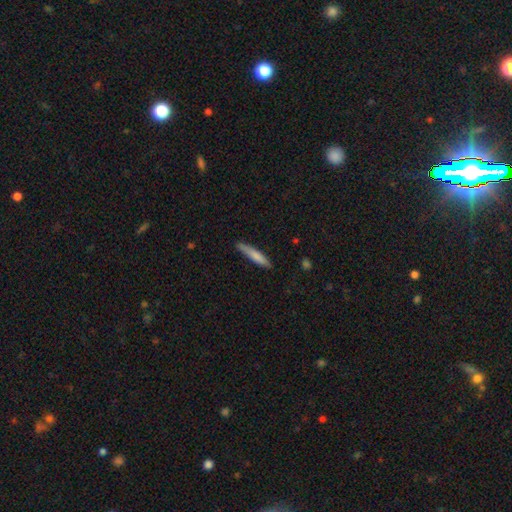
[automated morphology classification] This appears to be a smooth galaxy with no disk features (75%) that is cigar-shaped (91%). Merging: none (82%).